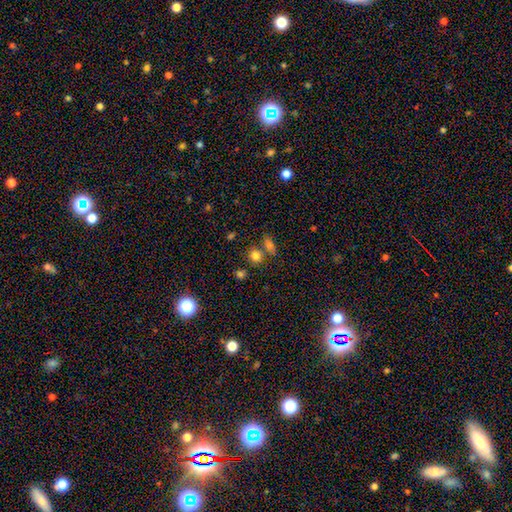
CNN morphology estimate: type=smooth (79%); roundness=round (75%); merging=none (66%).